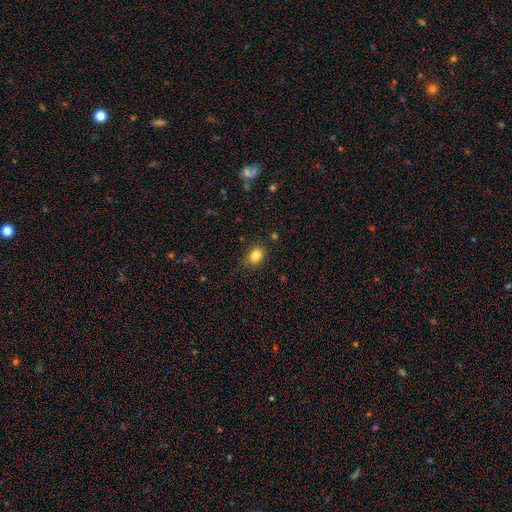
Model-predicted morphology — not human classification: Smooth or featured: smooth — 83% (star or artifact — 10%)
How rounded: in between — 63% (round — 36%)
Merging: none — 82% (minor disturbance — 14%)